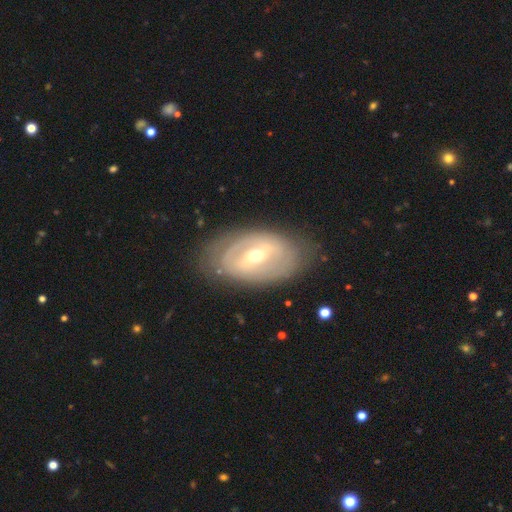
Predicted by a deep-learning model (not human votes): Overall: featured or disk (75%). Edge-on disk: no (92%). Bar: strong (41%, tied with weak). Spiral arms: yes (57%; no 43%). Bulge size: moderate (57%; small 39%). Merging: none (77%).